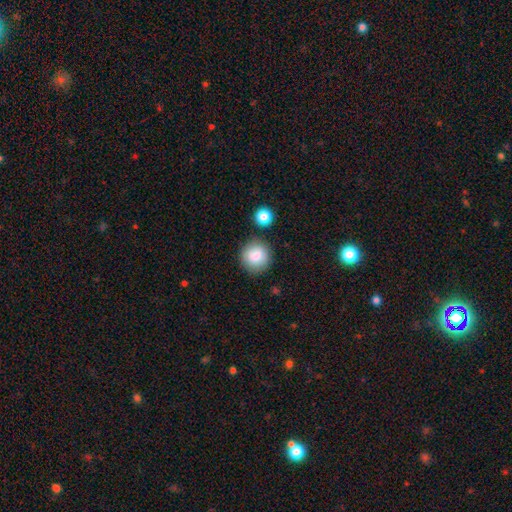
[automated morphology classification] type=smooth (85%); roundness=round (92%); merging=none (82%).